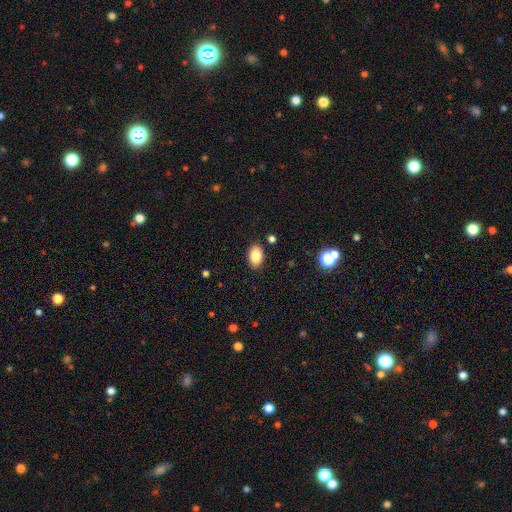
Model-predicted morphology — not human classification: smooth-or-featured: smooth: 84% | star or artifact: 9% | featured or disk: 7%
  how-rounded: in between: 88% | round: 11% | cigar-shaped: 1%
  merging: none: 88% | minor disturbance: 8% | major disturbance: 2% | merger: 2%